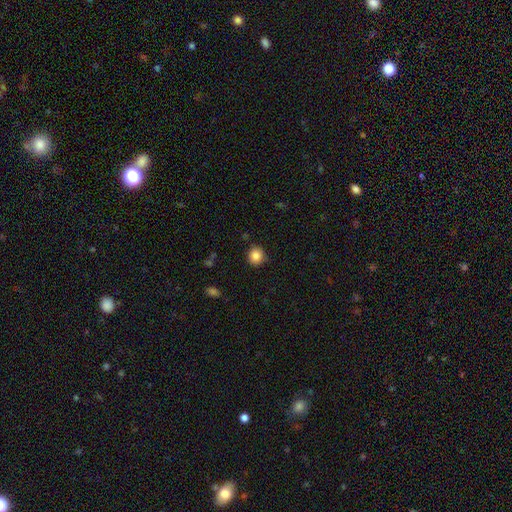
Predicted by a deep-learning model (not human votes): A smooth galaxy with no disk features (85%) that is round (86%).

Vote fractions:
- Smooth or featured? smooth: 85% / star or artifact: 10% / featured or disk: 5%
- How rounded? round: 86% / in between: 13% / cigar-shaped: 1%
- Merging? none: 87% / minor disturbance: 9% / major disturbance: 2% / merger: 2%